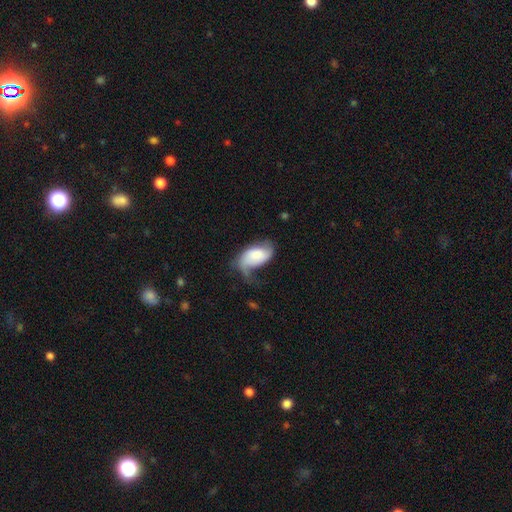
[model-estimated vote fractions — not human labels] Smooth or featured? smooth (50%)
Merging? major disturbance (36%)